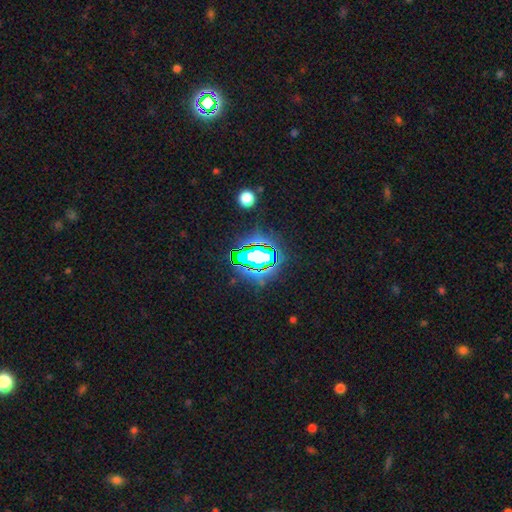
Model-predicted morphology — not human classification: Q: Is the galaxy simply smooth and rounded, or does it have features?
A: star or artifact — 71%.